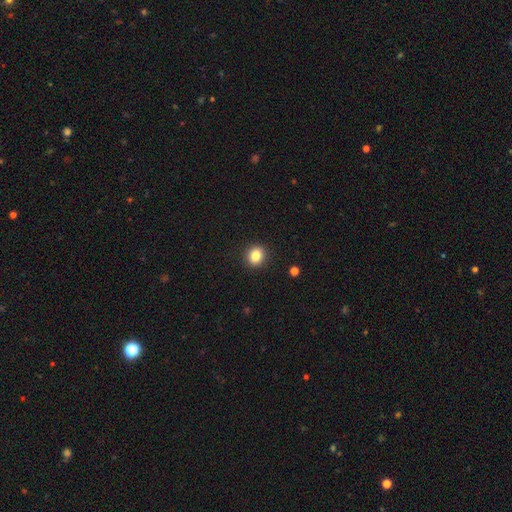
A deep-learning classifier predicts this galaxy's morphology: Smooth or featured?
  - smooth: 83% *
  - star or artifact: 10%
  - featured or disk: 7%
How rounded?
  - round: 74% *
  - in between: 25%
  - cigar-shaped: 1%
Merging?
  - none: 92% *
  - minor disturbance: 6%
  - major disturbance: 2%
  - merger: 1%